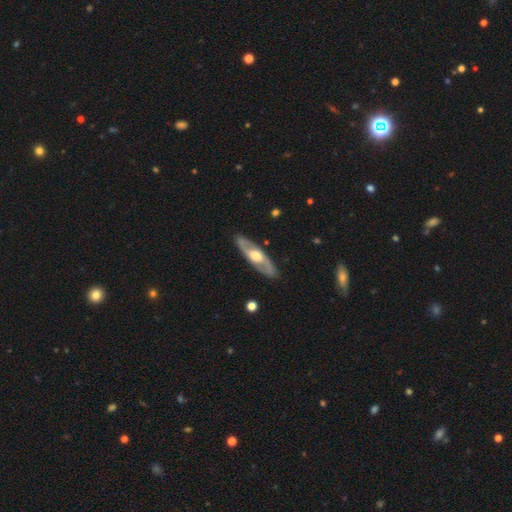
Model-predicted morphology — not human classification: A featured or disk galaxy (74%) with no bar (64%), spiral arms (73%) and a moderate central bulge (65%).

Vote fractions:
- Smooth or featured? featured or disk: 74% / smooth: 22% / star or artifact: 4%
- Edge-on disk? no: 69% / yes: 31%
- Bar? no: 64% / weak: 28% / strong: 9%
- Spiral arms? yes: 73% / no: 27%
- Bulge size? moderate: 65% / large: 25% / small: 8% / dominant: 1% / none: 1%
- Merging? none: 88% / minor disturbance: 9% / major disturbance: 2% / merger: 1%